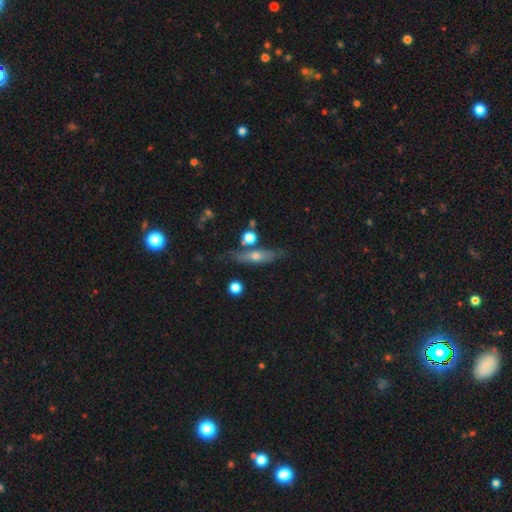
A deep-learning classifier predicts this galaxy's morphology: Smooth or featured: featured or disk — 47% (smooth — 45%)
Merging: none — 72% (minor disturbance — 15%)